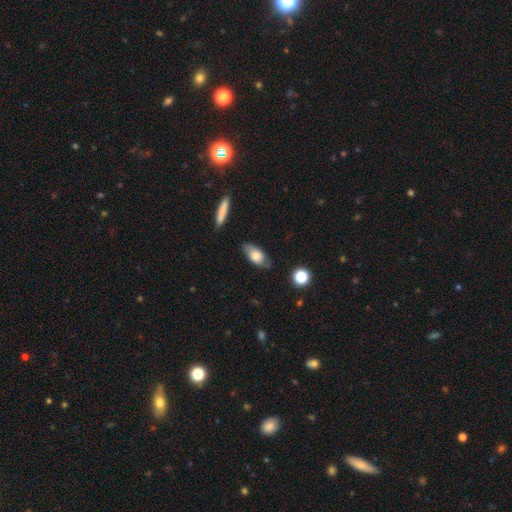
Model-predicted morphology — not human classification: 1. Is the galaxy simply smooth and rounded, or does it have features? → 67% smooth, 27% featured or disk, 7% star or artifact.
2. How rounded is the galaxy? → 85% in between, 11% cigar-shaped, 5% round.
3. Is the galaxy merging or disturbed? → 72% none, 22% minor disturbance, 5% major disturbance, 2% merger.